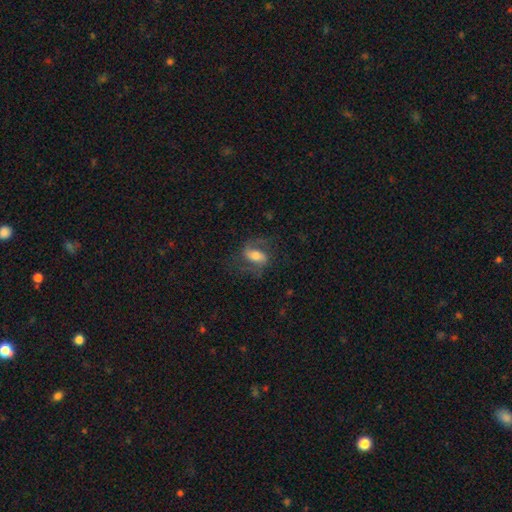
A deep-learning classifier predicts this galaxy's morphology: A featured or disk galaxy (61%) with a weak bar (38%, tied with strong), spiral arms (87%) and a moderate central bulge (55%). Merging: none (63%).